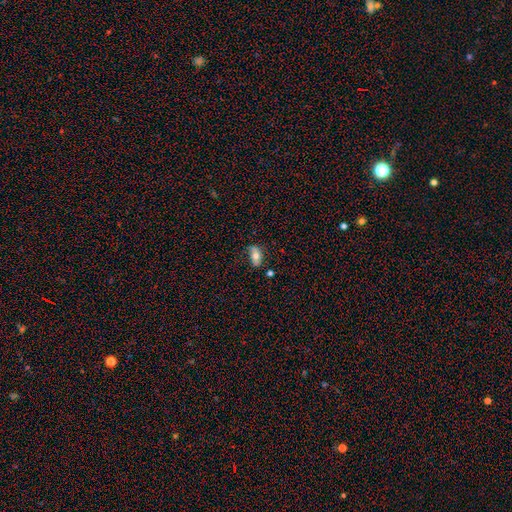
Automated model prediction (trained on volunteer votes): Morphology: type=smooth (65%); roundness=in between (88%); merging=none (64%).